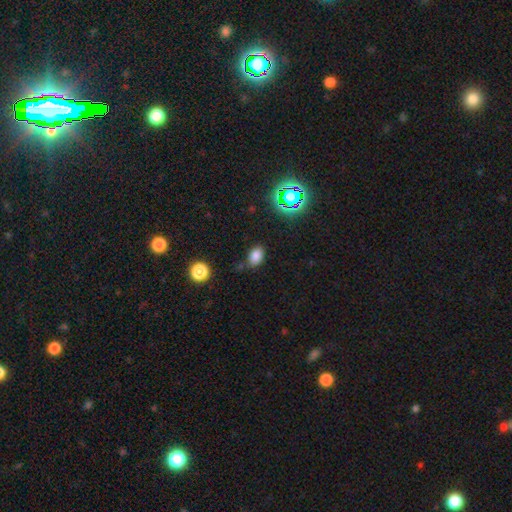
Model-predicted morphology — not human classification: Smooth or featured: smooth — 78% (star or artifact — 17%)
How rounded: in between — 79% (round — 20%)
Merging: none — 74% (minor disturbance — 17%)